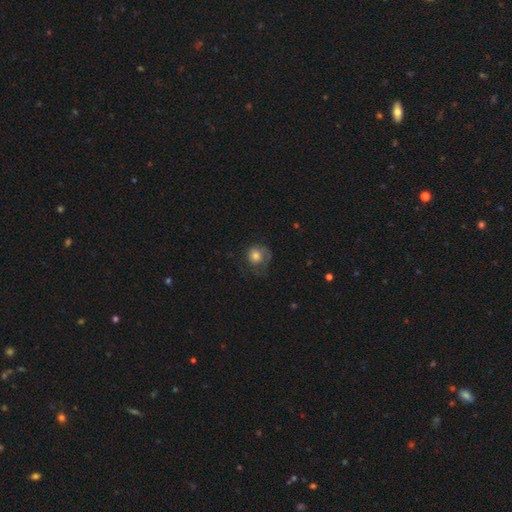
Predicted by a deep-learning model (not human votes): smooth_or_featured: smooth (p=0.71) [alt: featured or disk p=0.20]
how_rounded: round (p=0.79) [alt: in between p=0.20]
merging: none (p=0.44) [alt: major disturbance p=0.30]